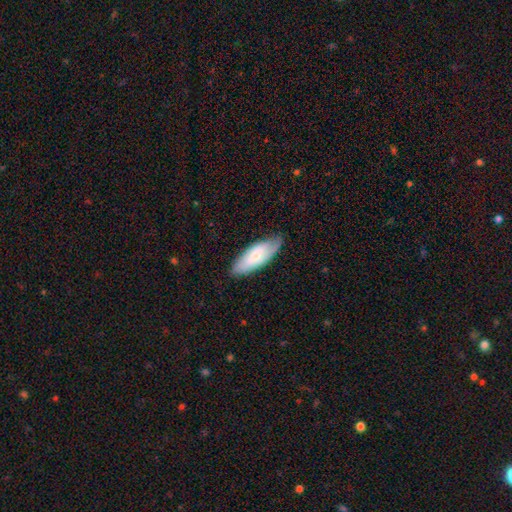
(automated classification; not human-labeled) A smooth galaxy with no disk features (58%) that is in between round and cigar-shaped (70%). Merging: none (72%).